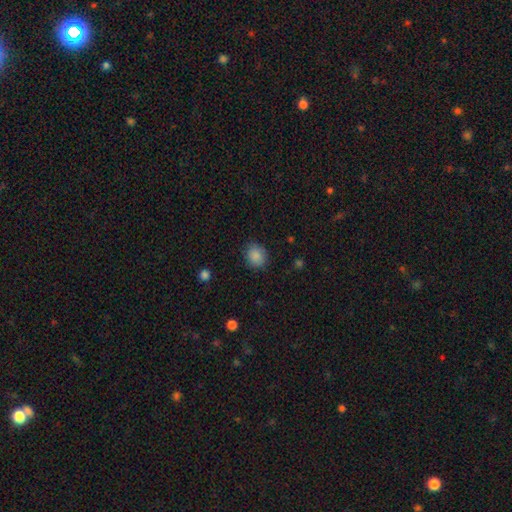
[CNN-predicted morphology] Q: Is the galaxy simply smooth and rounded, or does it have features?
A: smooth — 86%.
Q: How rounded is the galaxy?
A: round — 73%.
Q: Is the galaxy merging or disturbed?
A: none — 83%.